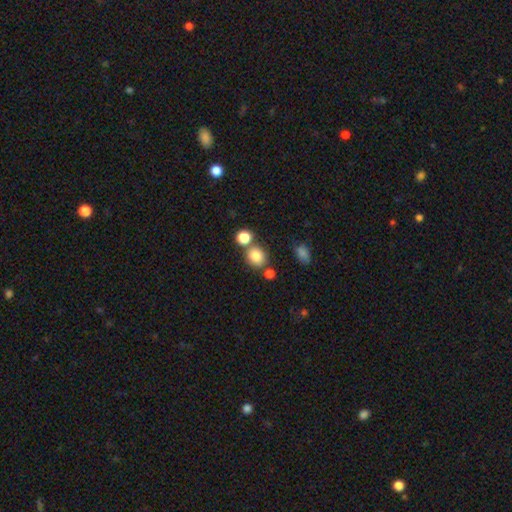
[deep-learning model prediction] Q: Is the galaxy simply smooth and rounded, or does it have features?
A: smooth — 82%.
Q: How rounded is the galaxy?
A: round — 70%.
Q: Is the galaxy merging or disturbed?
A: none — 65%.